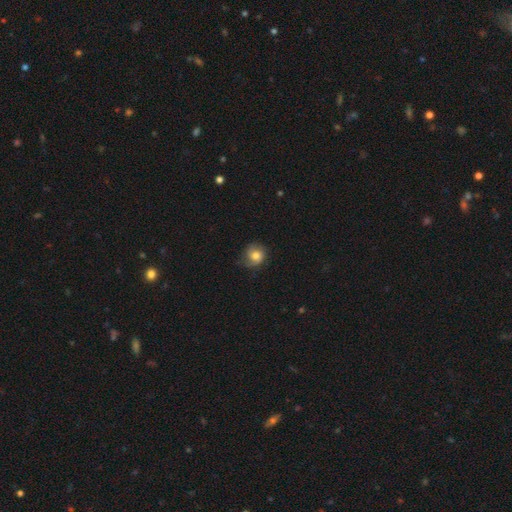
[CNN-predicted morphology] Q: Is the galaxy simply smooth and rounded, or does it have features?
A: smooth — 61%.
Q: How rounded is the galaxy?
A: round — 79%.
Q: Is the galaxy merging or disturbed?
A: none — 59%.